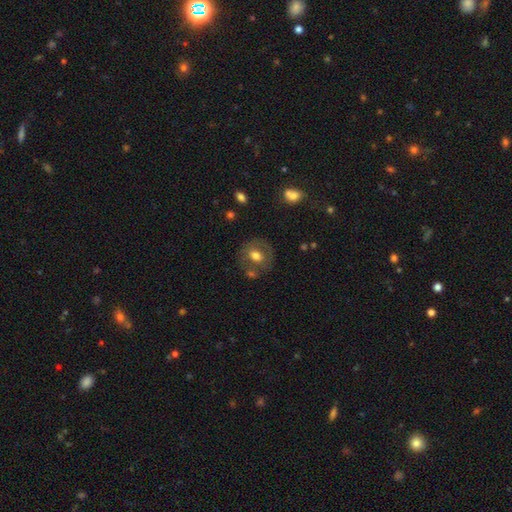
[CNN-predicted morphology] A smooth galaxy with no disk features (59%) that is round (70%). Merging: none (69%).